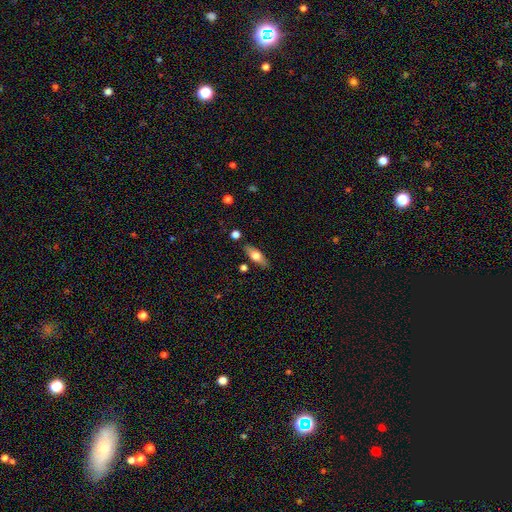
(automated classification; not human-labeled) A smooth galaxy with no disk features (61%) that is in between round and cigar-shaped (64%).

Vote fractions:
- Smooth or featured? smooth: 61% / featured or disk: 33% / star or artifact: 7%
- How rounded? in between: 64% / cigar-shaped: 33% / round: 4%
- Merging? none: 82% / minor disturbance: 12% / merger: 4% / major disturbance: 3%